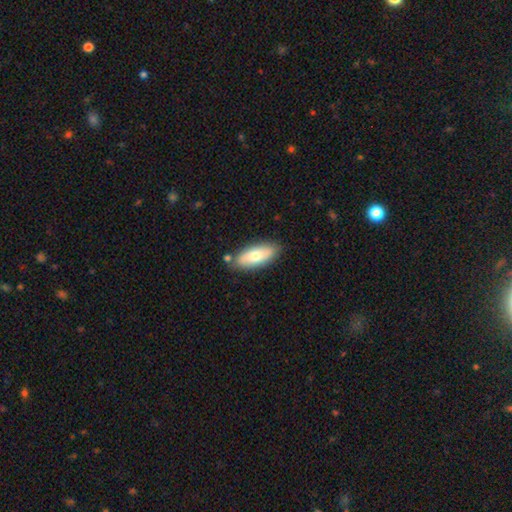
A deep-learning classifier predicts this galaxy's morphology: Smooth or featured?
  - smooth: 69% *
  - featured or disk: 25%
  - star or artifact: 6%
How rounded?
  - in between: 82% *
  - cigar-shaped: 16%
  - round: 2%
Merging?
  - none: 81% *
  - minor disturbance: 12%
  - merger: 5%
  - major disturbance: 2%